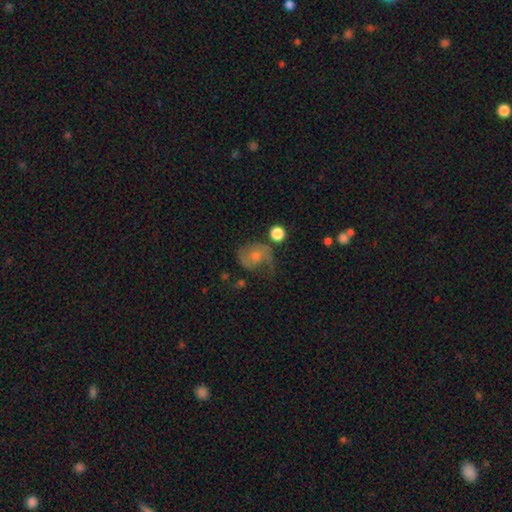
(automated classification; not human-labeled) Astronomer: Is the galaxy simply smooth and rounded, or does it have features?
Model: featured or disk — 63%.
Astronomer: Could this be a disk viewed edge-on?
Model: no — 97%.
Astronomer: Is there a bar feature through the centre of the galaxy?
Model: no — 75%.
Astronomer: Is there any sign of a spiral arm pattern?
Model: yes — 85%.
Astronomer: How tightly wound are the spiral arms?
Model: medium — 42% (runner-up: loose, 33%).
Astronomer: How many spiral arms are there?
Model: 2 — 50% (runner-up: 1, 32%).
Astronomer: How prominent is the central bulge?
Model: small — 50% (runner-up: moderate, 42%).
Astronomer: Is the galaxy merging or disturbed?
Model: none — 48% (runner-up: major disturbance, 24%).